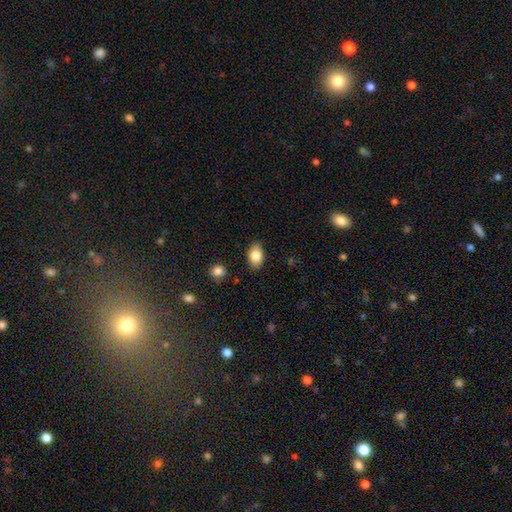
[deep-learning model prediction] This is clearly a smooth galaxy (82%). How rounded: clearly in between (88%). Merging: clearly none (85%).